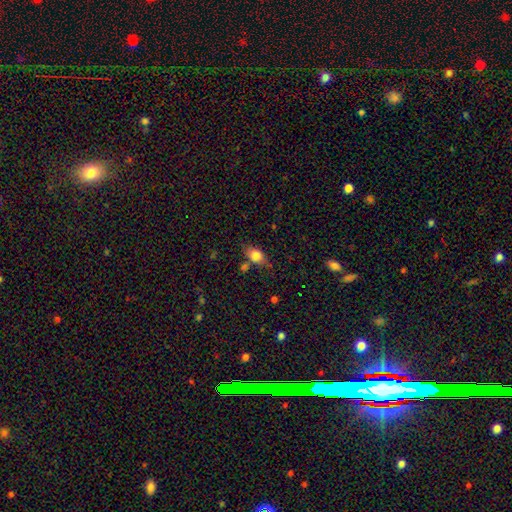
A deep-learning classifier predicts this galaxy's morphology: The model was most divided on "merging": none: 65%, minor disturbance: 20%, merger: 10%, major disturbance: 6%. More confident: smooth or featured — smooth (79%); how rounded — in between (76%).